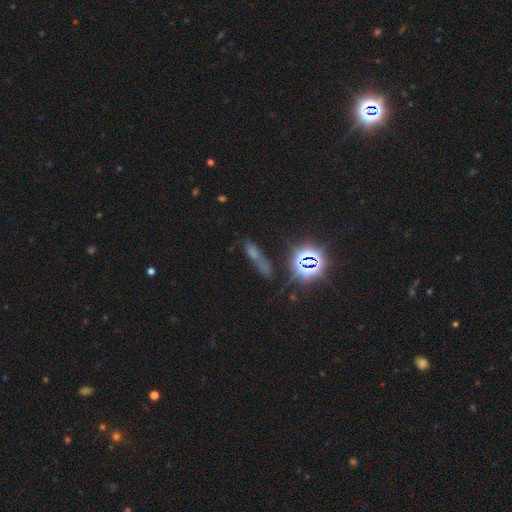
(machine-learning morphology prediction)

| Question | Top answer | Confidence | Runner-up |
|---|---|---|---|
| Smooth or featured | star or artifact | 48% | smooth (33%) |